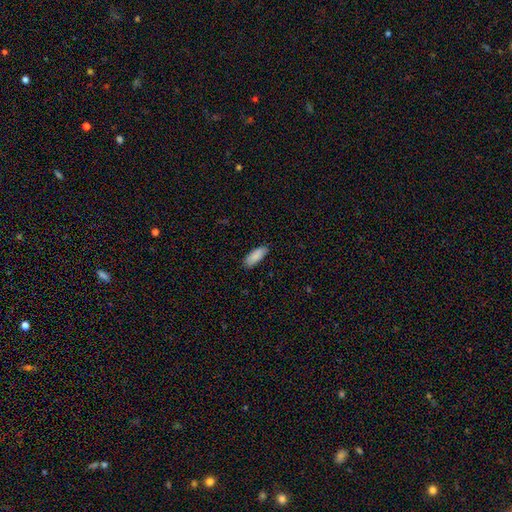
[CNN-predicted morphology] smooth_or_featured: smooth (p=0.89) [alt: star or artifact p=0.06]
how_rounded: in between (p=0.72) [alt: cigar-shaped p=0.26]
merging: none (p=0.86) [alt: minor disturbance p=0.11]